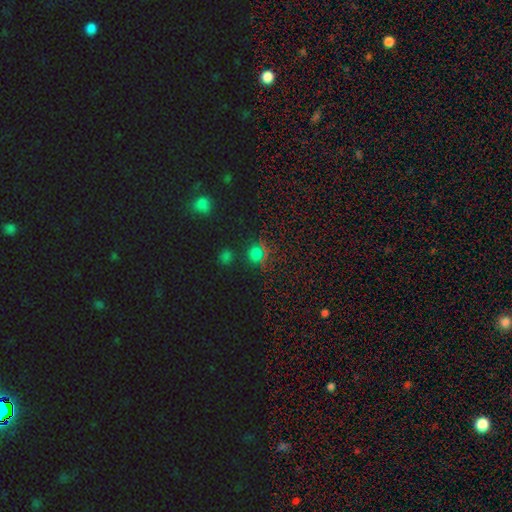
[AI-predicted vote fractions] A smooth galaxy with no disk features (52%) that is round (87%).

Vote fractions:
- Smooth or featured? smooth: 52% / star or artifact: 41% / featured or disk: 7%
- How rounded? round: 87% / in between: 12% / cigar-shaped: 1%
- Merging? none: 75% / minor disturbance: 12% / merger: 7% / major disturbance: 6%